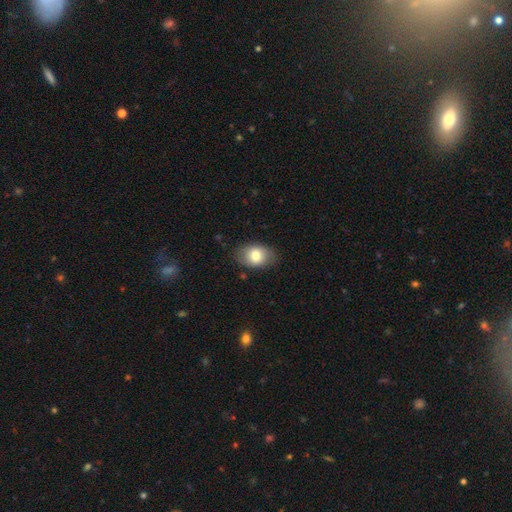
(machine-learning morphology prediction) Overall: smooth (77%). How rounded: in between (82%). Merging: none (82%).